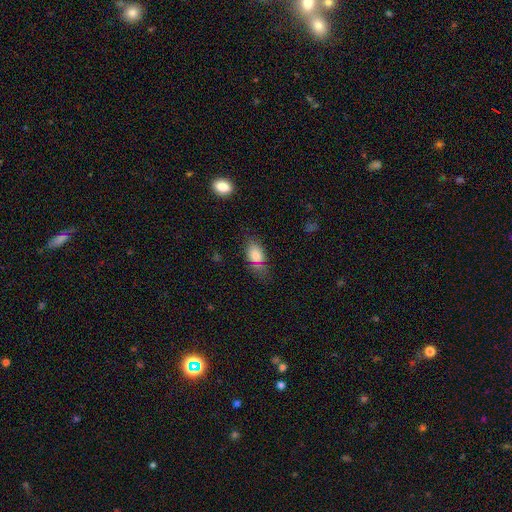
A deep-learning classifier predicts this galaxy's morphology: Smooth or featured?
  - smooth: 77% *
  - star or artifact: 13%
  - featured or disk: 10%
How rounded?
  - in between: 86% *
  - round: 8%
  - cigar-shaped: 6%
Merging?
  - none: 72% *
  - minor disturbance: 20%
  - major disturbance: 6%
  - merger: 3%